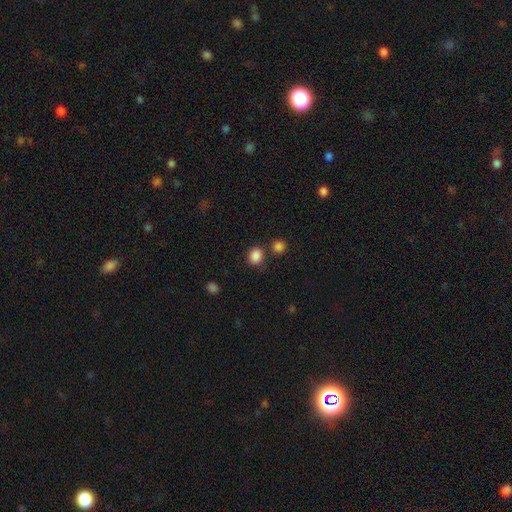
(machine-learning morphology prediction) smooth 86%, star or artifact 11%, featured or disk 3%. Down the decision tree: how rounded — round (60%); merging — none (74%).